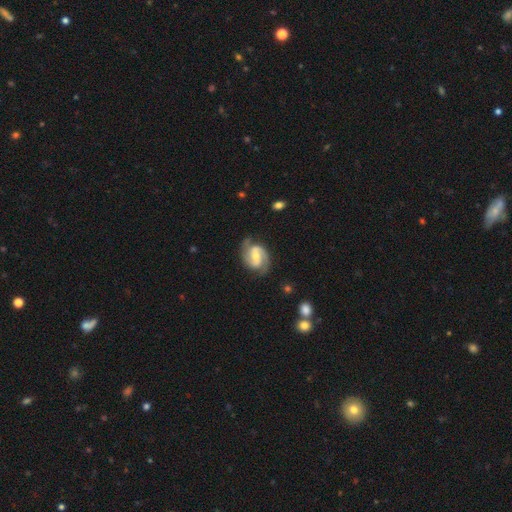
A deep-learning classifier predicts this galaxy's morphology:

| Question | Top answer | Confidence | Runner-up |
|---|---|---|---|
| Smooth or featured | featured or disk | 89% | smooth (7%) |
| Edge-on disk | no | 98% | yes (2%) |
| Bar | weak | 49% | no (29%) |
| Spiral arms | yes | 97% | no (3%) |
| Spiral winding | medium | 52% | tight (33%) |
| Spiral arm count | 2 | 90% | can't tell (3%) |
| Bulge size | moderate | 54% | small (40%) |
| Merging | none | 76% | minor disturbance (17%) |